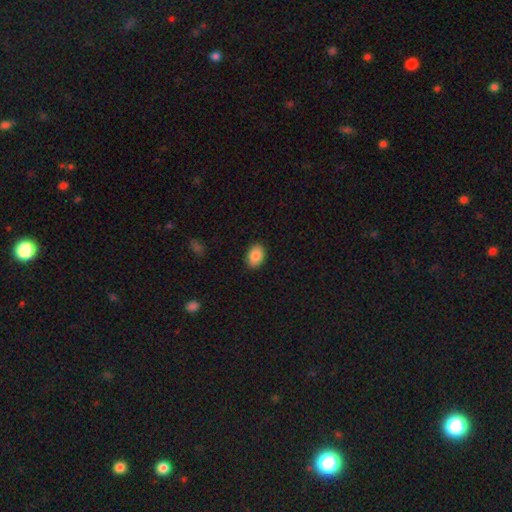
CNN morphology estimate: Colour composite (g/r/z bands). It shows a smooth galaxy with no disk features (87%) that is in between round and cigar-shaped (78%). Merging: none (89%).